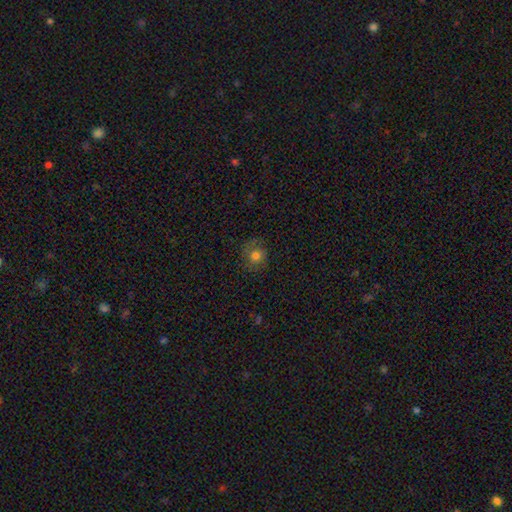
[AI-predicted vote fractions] This appears to be a smooth galaxy with no disk features (73%) that is round (86%). Merging: none (76%).